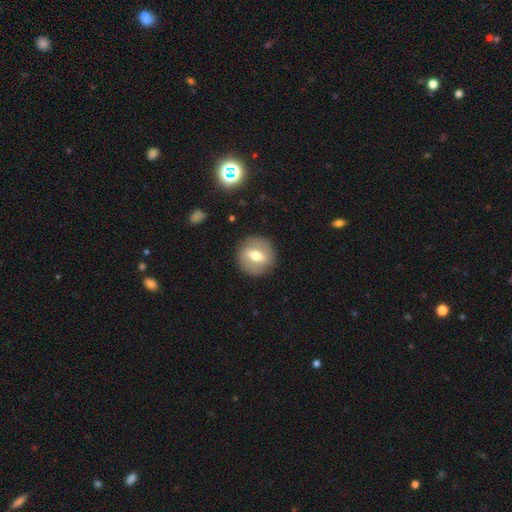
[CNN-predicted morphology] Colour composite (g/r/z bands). It shows a smooth galaxy with no disk features (47%). Merging: none (87%).